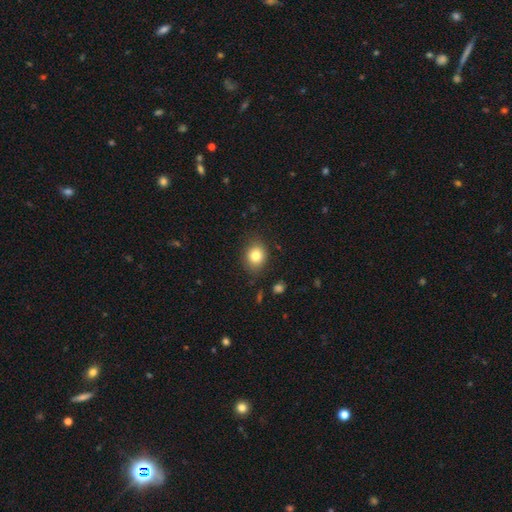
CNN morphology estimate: smooth 81%, star or artifact 10%, featured or disk 9%. Down the decision tree: how rounded — round (59%); merging — none (83%).